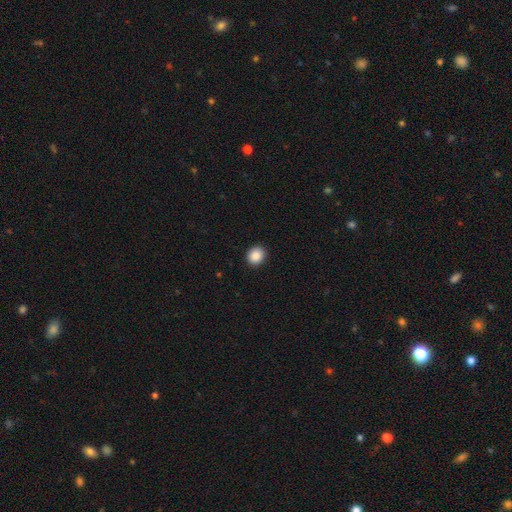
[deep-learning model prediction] Q: Smooth or featured?
A: smooth (89%); runner-up: star or artifact (9%)
Q: How rounded?
A: round (71%); runner-up: in between (28%)
Q: Merging?
A: none (92%); runner-up: minor disturbance (6%)